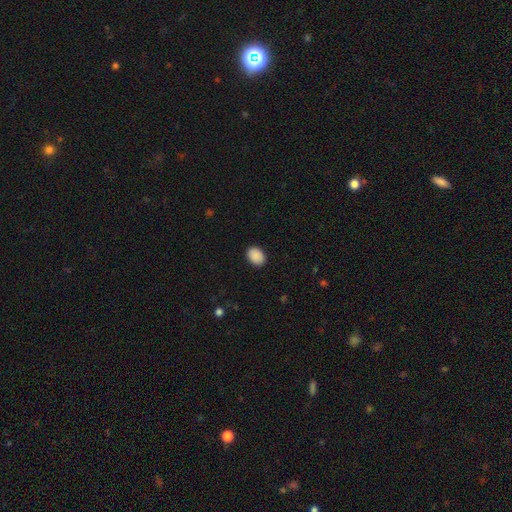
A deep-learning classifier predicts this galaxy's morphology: Q: Smooth or featured?
A: smooth (90%); runner-up: star or artifact (7%)
Q: How rounded?
A: in between (74%); runner-up: round (25%)
Q: Merging?
A: none (90%); runner-up: minor disturbance (7%)